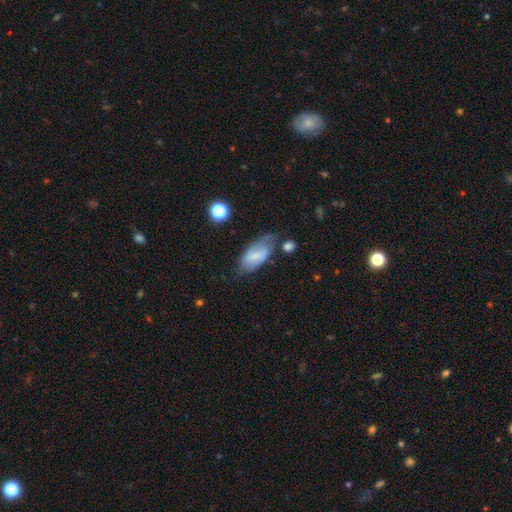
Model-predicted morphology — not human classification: Smooth or featured: smooth — 59% (featured or disk — 33%)
How rounded: in between — 88% (cigar-shaped — 8%)
Merging: none — 48% (minor disturbance — 31%)